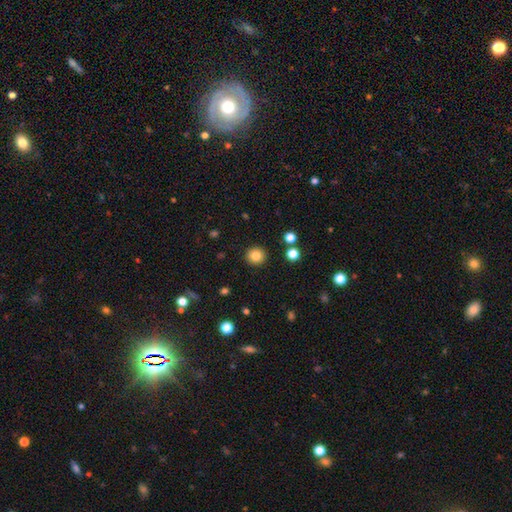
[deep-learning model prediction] Smooth or featured? smooth (83%)
How rounded? round (93%)
Merging? none (92%)